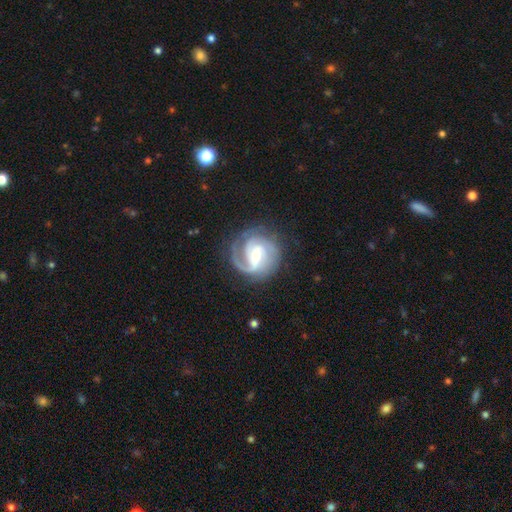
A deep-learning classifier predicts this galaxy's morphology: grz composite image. It shows a featured or disk galaxy (89%) with a weak bar (52%), 2 (51%) medium (45%) spiral arms (97%) and a moderate central bulge (50%). Merging: none (73%).